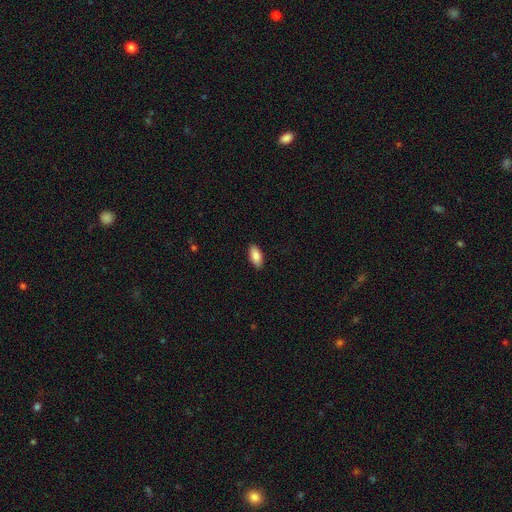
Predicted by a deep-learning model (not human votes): Q: Smooth or featured?
A: smooth (88%); runner-up: star or artifact (6%)
Q: How rounded?
A: in between (89%); runner-up: cigar-shaped (9%)
Q: Merging?
A: none (89%); runner-up: minor disturbance (8%)